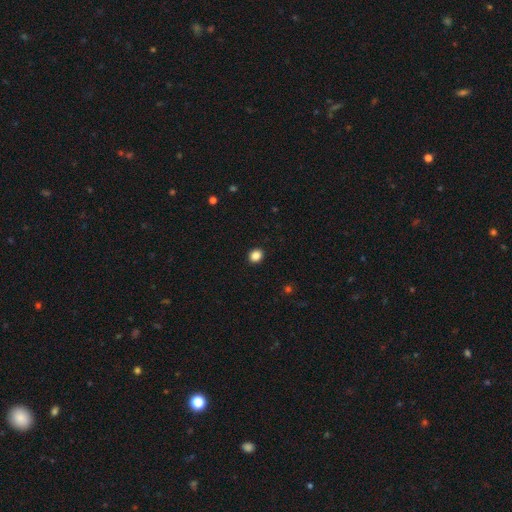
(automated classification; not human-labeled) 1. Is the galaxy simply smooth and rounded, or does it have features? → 86% smooth, 11% star or artifact, 3% featured or disk.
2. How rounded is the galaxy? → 77% round, 23% in between, 1% cigar-shaped.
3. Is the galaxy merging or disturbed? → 92% none, 5% minor disturbance, 2% major disturbance, 1% merger.